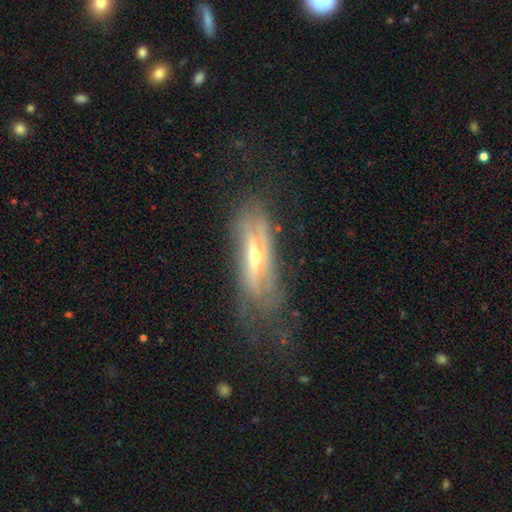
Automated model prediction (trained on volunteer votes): smooth-or-featured: featured or disk: 67% | smooth: 25% | star or artifact: 8%
  disk-edge-on: yes: 63% | no: 37%
  merging: none: 50% | minor disturbance: 25% | major disturbance: 23% | merger: 2%